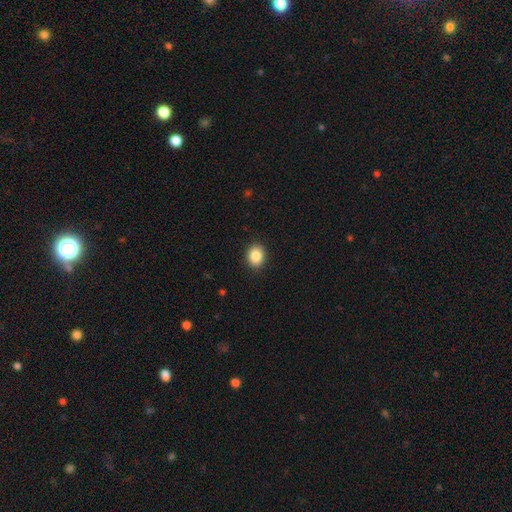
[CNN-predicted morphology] smooth_or_featured: smooth (p=0.87) [alt: star or artifact p=0.09]
how_rounded: round (p=0.59) [alt: in between p=0.40]
merging: none (p=0.91) [alt: minor disturbance p=0.06]